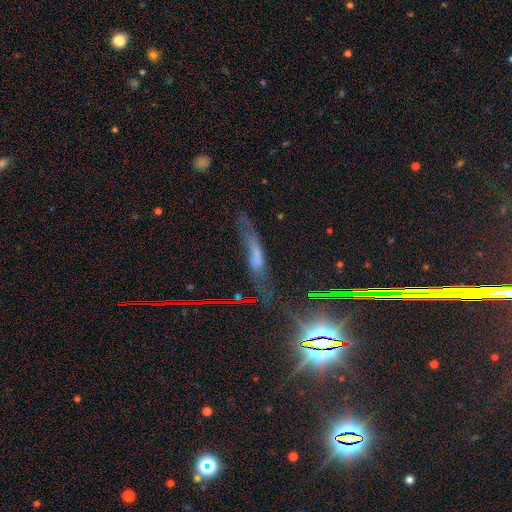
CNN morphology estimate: Smooth or featured: featured or disk — 42% (star or artifact — 33%)
Merging: none — 59% (minor disturbance — 22%)